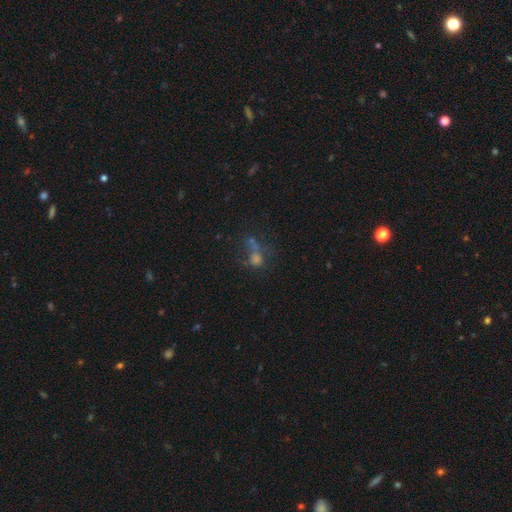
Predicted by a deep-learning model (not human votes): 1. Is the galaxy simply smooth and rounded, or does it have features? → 45% smooth, 30% star or artifact, 25% featured or disk.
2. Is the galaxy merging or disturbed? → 37% none, 25% merger, 24% major disturbance, 14% minor disturbance.